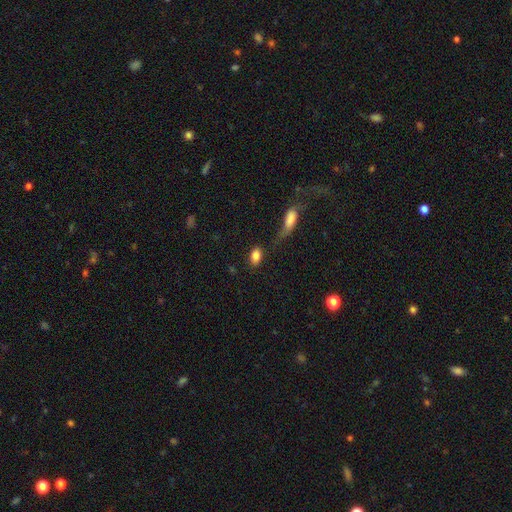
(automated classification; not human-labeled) Smooth or featured: smooth — 85% (star or artifact — 8%)
How rounded: in between — 85% (round — 12%)
Merging: none — 70% (minor disturbance — 14%)